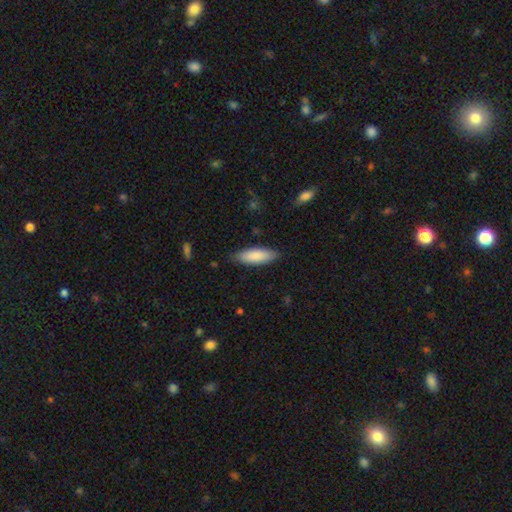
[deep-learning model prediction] The model was most divided on "how rounded": in between: 61%, cigar-shaped: 37%, round: 1%. More confident: smooth or featured — smooth (86%); merging — none (82%).